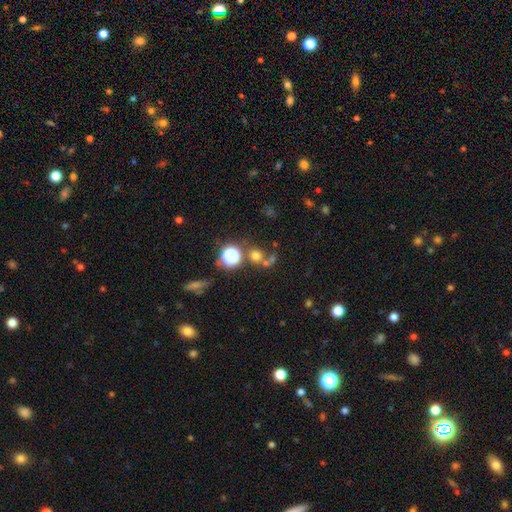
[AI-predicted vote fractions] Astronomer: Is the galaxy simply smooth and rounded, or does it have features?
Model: smooth — 61%.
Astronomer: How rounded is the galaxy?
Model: round — 87%.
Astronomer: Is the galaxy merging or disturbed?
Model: none — 58%.